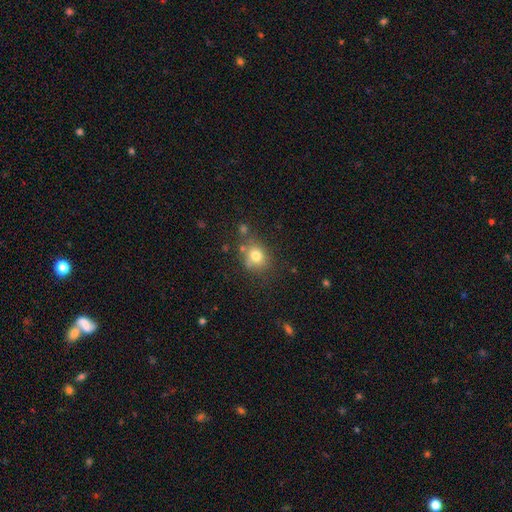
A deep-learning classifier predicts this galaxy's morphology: Smooth or featured: smooth — 76% (star or artifact — 13%)
How rounded: round — 67% (in between — 32%)
Merging: none — 67% (minor disturbance — 18%)